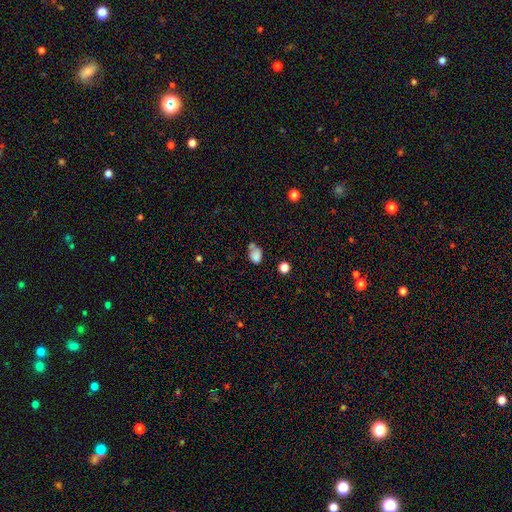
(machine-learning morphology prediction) Q: Smooth or featured?
A: smooth (79%); runner-up: star or artifact (11%)
Q: How rounded?
A: in between (63%); runner-up: round (36%)
Q: Merging?
A: none (35%); runner-up: merger (29%)